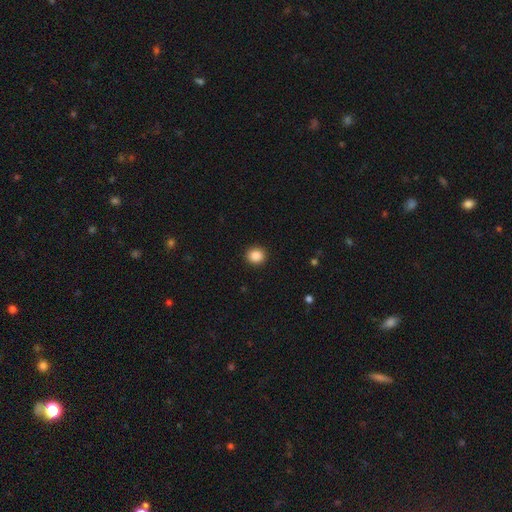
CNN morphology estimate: A smooth galaxy with no disk features (88%) that is round (85%). Merging: none (92%).